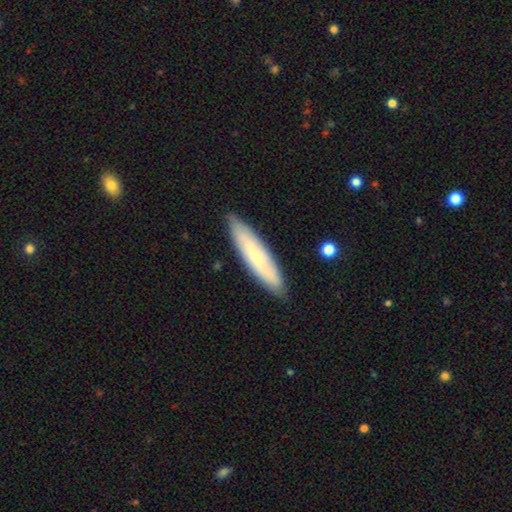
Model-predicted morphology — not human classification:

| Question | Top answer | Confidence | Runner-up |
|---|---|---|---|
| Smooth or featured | smooth | 59% | featured or disk (35%) |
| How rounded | cigar-shaped | 76% | in between (23%) |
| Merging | none | 86% | minor disturbance (11%) |